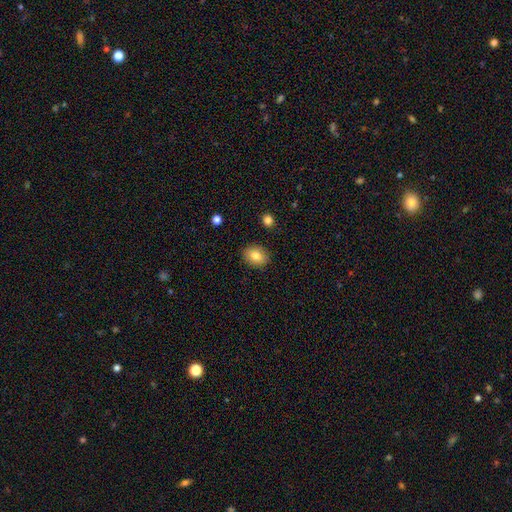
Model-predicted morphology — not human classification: Smooth or featured? smooth (82%)
How rounded? in between (55%)
Merging? none (89%)